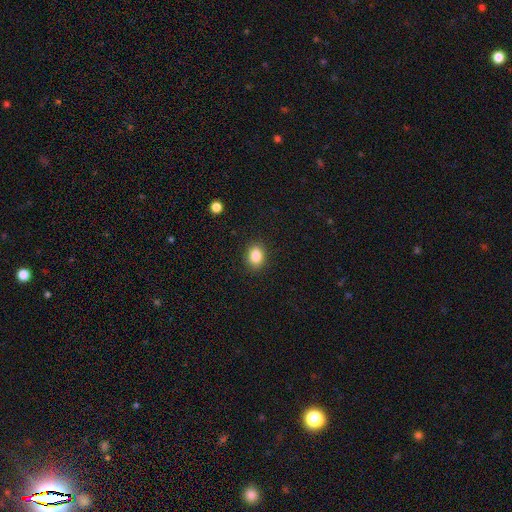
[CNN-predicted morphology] Smooth or featured: smooth — 86% (star or artifact — 10%)
How rounded: in between — 61% (round — 37%)
Merging: none — 88% (minor disturbance — 8%)